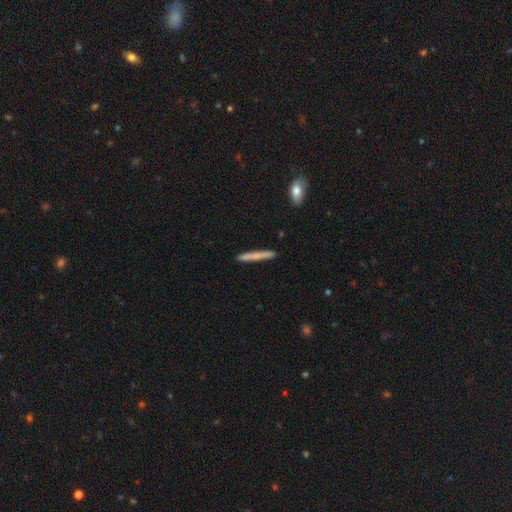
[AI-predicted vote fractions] smooth_or_featured: smooth (p=0.70) [alt: featured or disk p=0.24]
how_rounded: cigar-shaped (p=0.96) [alt: in between p=0.03]
merging: none (p=0.90) [alt: minor disturbance p=0.07]